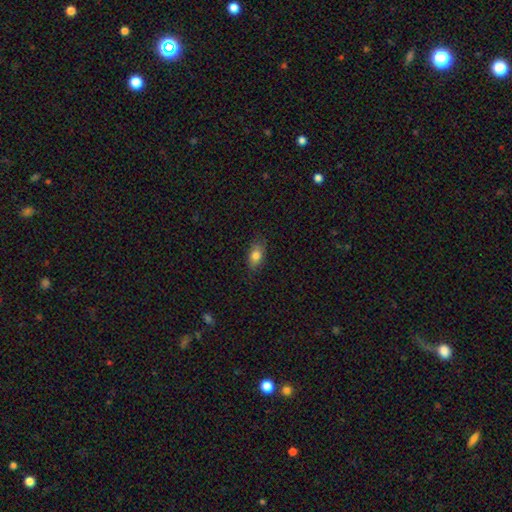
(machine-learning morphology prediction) smooth 80%, featured or disk 11%, star or artifact 8%. Down the decision tree: how rounded — in between (86%); merging — none (82%).